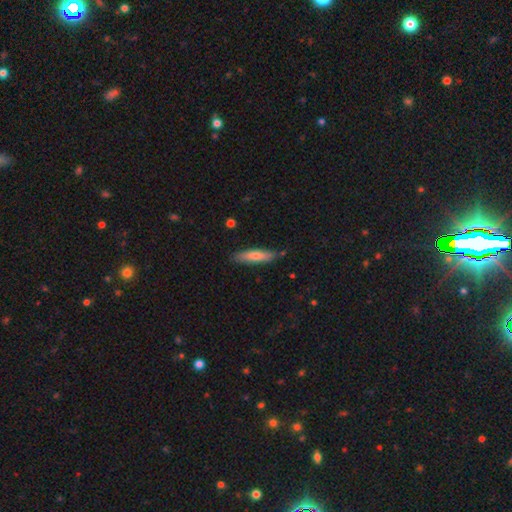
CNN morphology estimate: A smooth galaxy with no disk features (73%) that is cigar-shaped (79%).

Vote fractions:
- Smooth or featured? smooth: 73% / featured or disk: 21% / star or artifact: 6%
- How rounded? cigar-shaped: 79% / in between: 20% / round: 1%
- Merging? none: 80% / minor disturbance: 15% / merger: 2% / major disturbance: 2%